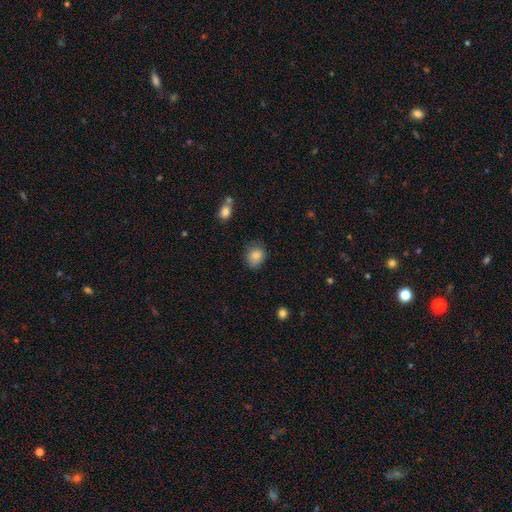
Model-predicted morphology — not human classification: The model was most divided on "how rounded": round: 67%, in between: 32%, cigar-shaped: 1%. More confident: smooth or featured — smooth (84%); merging — none (73%).